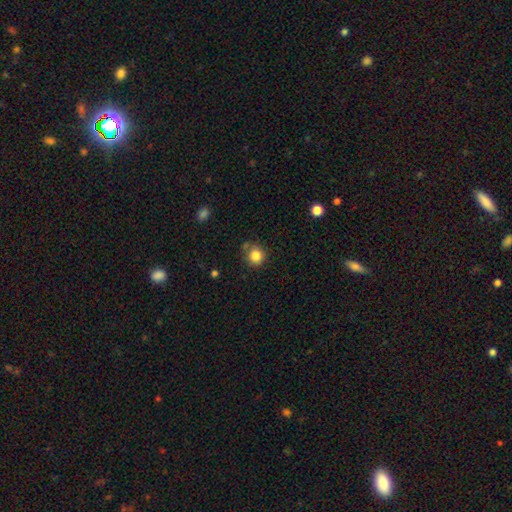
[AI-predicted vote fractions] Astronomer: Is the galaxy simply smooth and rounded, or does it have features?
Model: smooth — 84%.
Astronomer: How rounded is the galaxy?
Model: round — 90%.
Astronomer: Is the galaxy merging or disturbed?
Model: none — 74%.